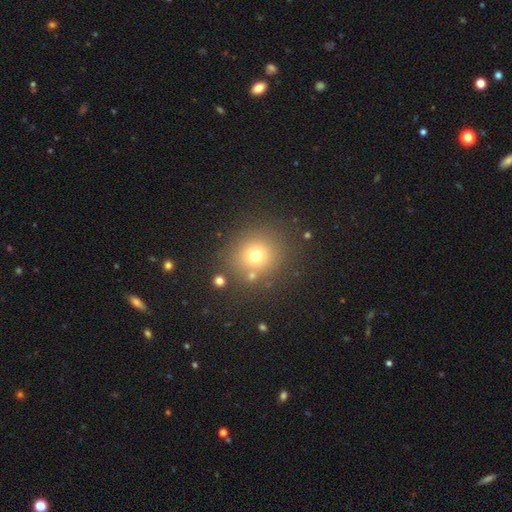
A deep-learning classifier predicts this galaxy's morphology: smooth-or-featured: smooth: 70% | star or artifact: 19% | featured or disk: 11%
  how-rounded: round: 85% | in between: 14% | cigar-shaped: 1%
  merging: none: 81% | minor disturbance: 9% | merger: 6% | major disturbance: 4%